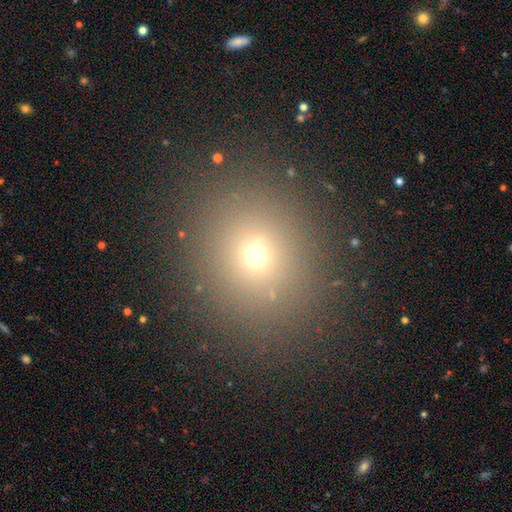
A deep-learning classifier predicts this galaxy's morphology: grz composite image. It shows a smooth galaxy with no disk features (65%) that is round (78%). Merging: none (87%).